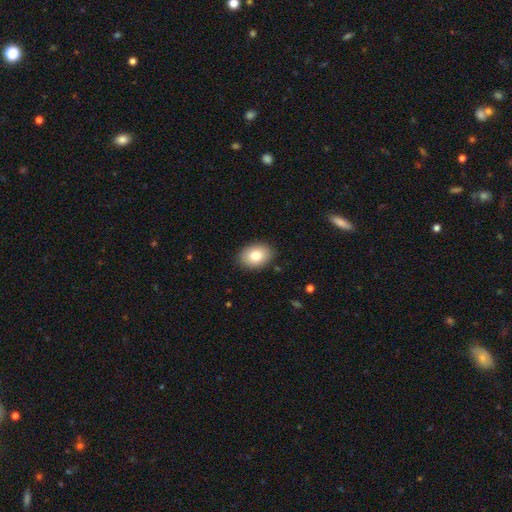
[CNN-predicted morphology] This is clearly a smooth galaxy (82%). How rounded: likely in between (74%). Merging: clearly none (88%).